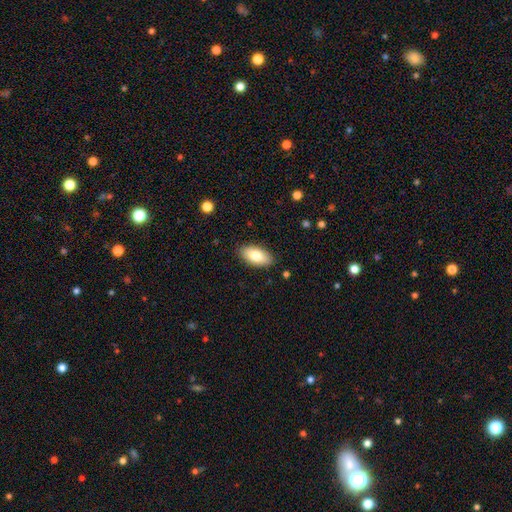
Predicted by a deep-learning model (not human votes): Morphology: type=smooth (80%); roundness=in between (93%); merging=none (87%).